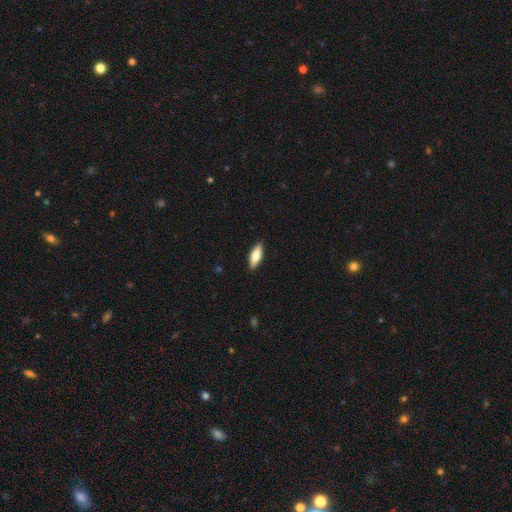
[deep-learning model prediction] Morphology: type=smooth (68%); roundness=in between (57%); merging=none (89%).